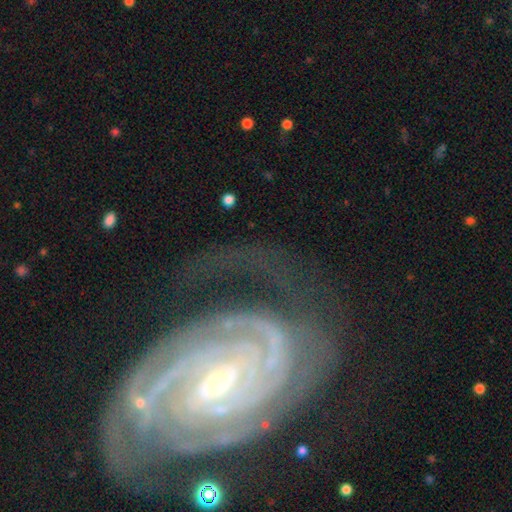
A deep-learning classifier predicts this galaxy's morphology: Smooth or featured? featured or disk (90%)
Edge-on disk? no (97%)
Bar? weak (40%)
Spiral arms? yes (98%)
Spiral winding? tight (80%)
Spiral arm count? 2 (31%)
Bulge size? small (75%)
Merging? none (64%)